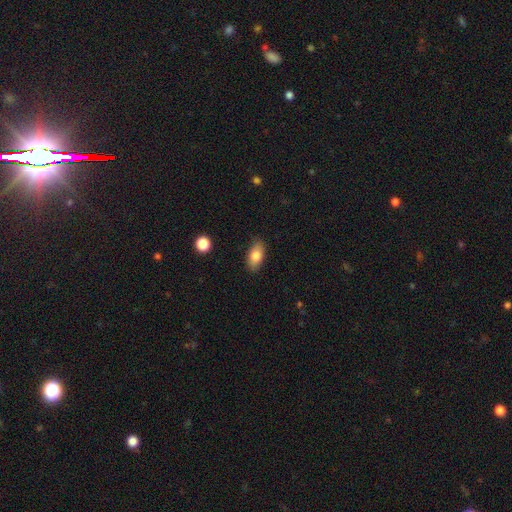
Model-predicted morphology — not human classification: The model was most divided on "smooth or featured": smooth: 80%, featured or disk: 12%, star or artifact: 7%. More confident: how rounded — in between (90%); merging — none (86%).